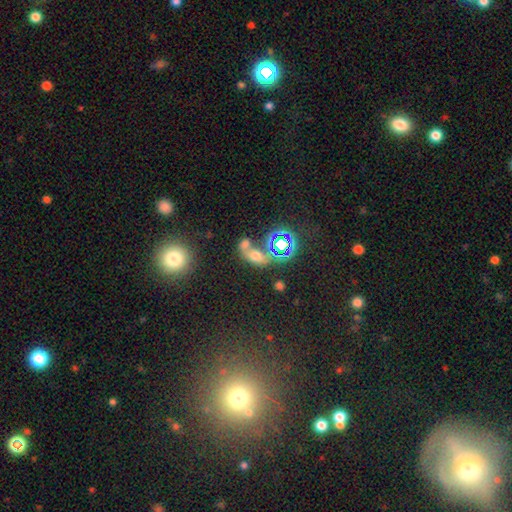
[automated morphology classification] This is possibly a smooth galaxy (52%). How rounded: likely in between (70%). Merging: possibly merger (53%).